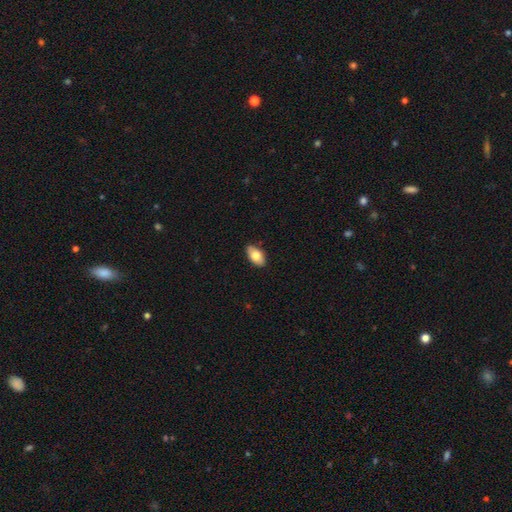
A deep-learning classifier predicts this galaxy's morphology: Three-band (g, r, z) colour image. It shows a smooth galaxy with no disk features (76%) that is in between round and cigar-shaped (93%). Merging: none (87%).